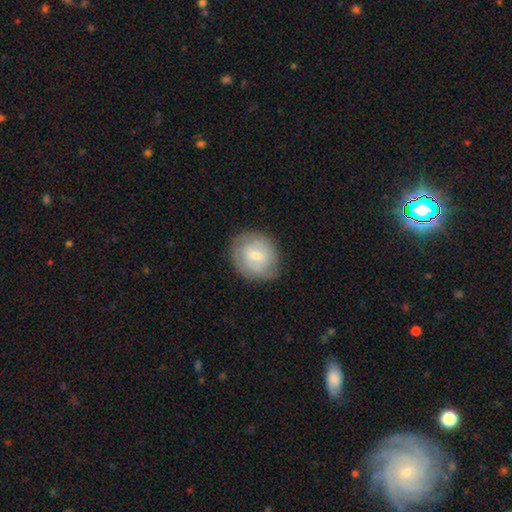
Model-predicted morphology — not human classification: A smooth galaxy with no disk features (48%).

Vote fractions:
- Smooth or featured? smooth: 48% / featured or disk: 46% / star or artifact: 7%
- Merging? none: 80% / minor disturbance: 14% / major disturbance: 4% / merger: 1%